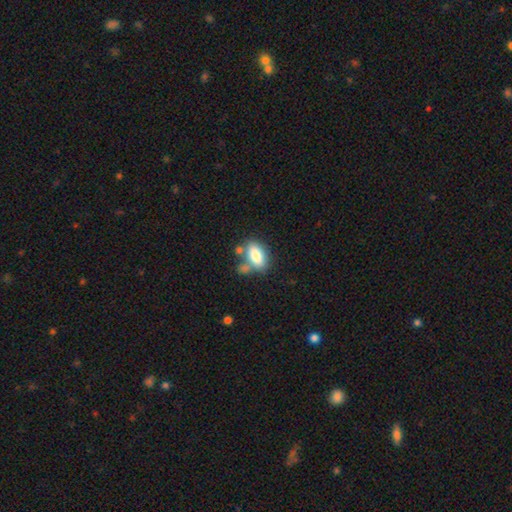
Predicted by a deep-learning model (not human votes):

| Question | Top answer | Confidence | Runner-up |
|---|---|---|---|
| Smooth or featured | smooth | 81% | featured or disk (11%) |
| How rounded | in between | 90% | round (7%) |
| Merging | none | 52% | merger (24%) |